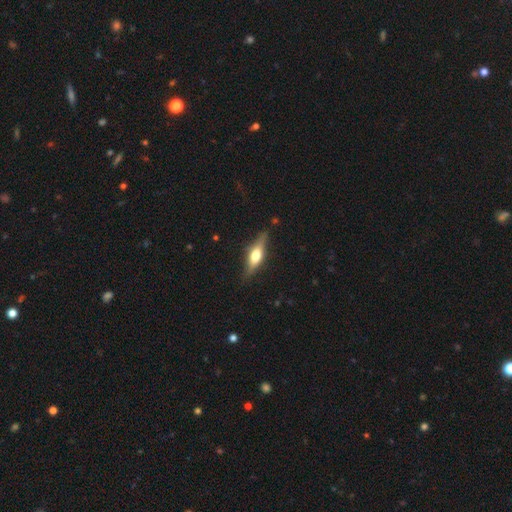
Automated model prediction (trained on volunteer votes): The model was most divided on "smooth or featured": featured or disk: 56%, smooth: 38%, star or artifact: 7%. More confident: edge-on disk — yes (93%); edge-on bulge — rounded (90%); merging — none (81%).